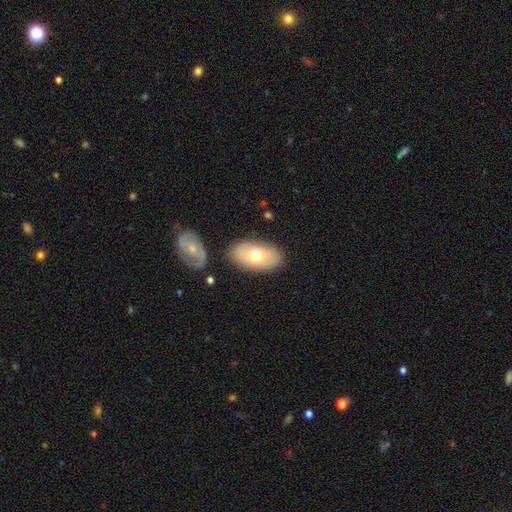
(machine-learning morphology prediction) Smooth or featured: smooth — 66% (featured or disk — 28%)
How rounded: in between — 93% (round — 5%)
Merging: none — 79% (minor disturbance — 12%)